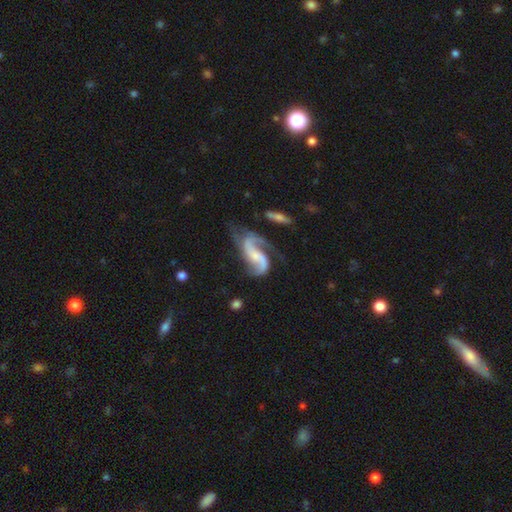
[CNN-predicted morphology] The model was most divided on "bar": no: 46%, weak: 36%, strong: 18%. Remaining: edge-on disk — no (97%); spiral arms — yes (96%); smooth or featured — featured or disk (87%); spiral arm count — 2 (86%); spiral winding — loose (54%); bulge size — small (52%); merging — none (44%).